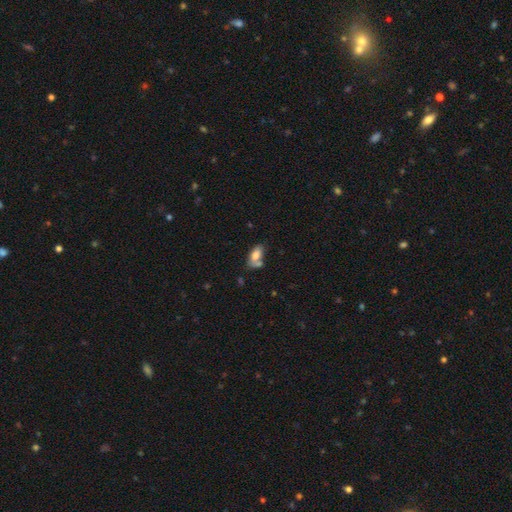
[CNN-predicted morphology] Q: Smooth or featured?
A: smooth (76%); runner-up: featured or disk (16%)
Q: How rounded?
A: in between (90%); runner-up: cigar-shaped (5%)
Q: Merging?
A: none (43%); runner-up: merger (30%)